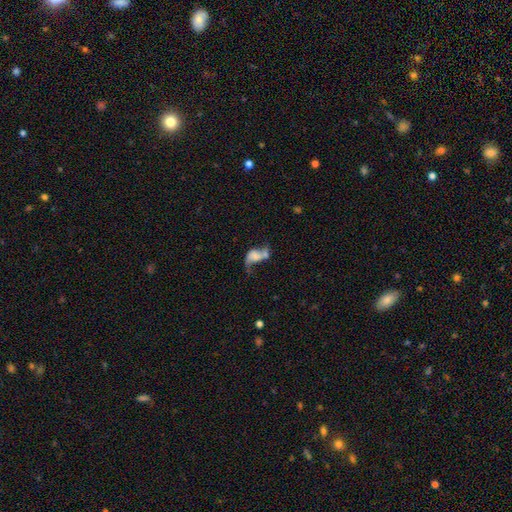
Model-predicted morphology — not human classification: A featured or disk galaxy (57%) with no bar (67%), spiral arms (73%) and no central bulge (48%). Merging: merger (39%).